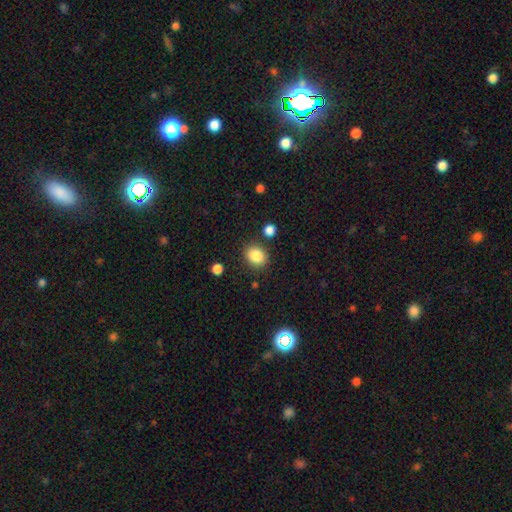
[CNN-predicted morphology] smooth 86%, star or artifact 10%, featured or disk 5%. Down the decision tree: how rounded — round (61%); merging — none (83%).